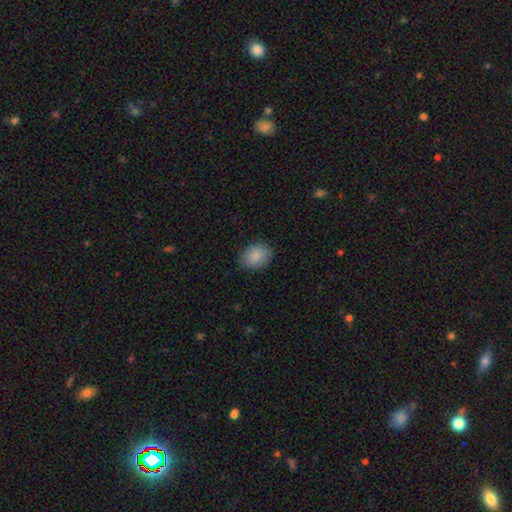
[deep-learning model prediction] Overall: smooth (89%). How rounded: round (50%; in between 49%). Merging: none (85%).